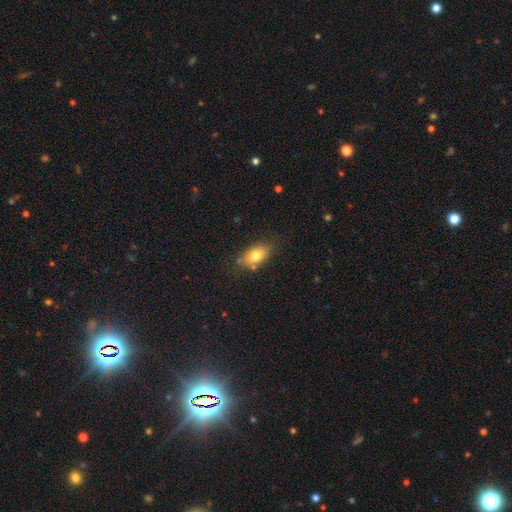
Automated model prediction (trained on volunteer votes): Smooth or featured? smooth (77%)
How rounded? in between (86%)
Merging? none (73%)